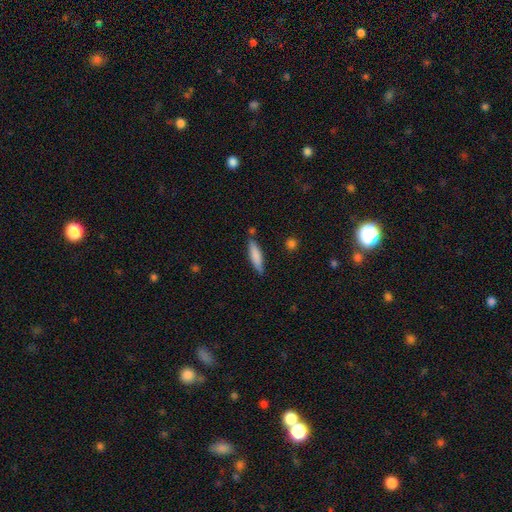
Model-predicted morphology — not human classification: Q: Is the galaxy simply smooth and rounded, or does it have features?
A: smooth — 79%.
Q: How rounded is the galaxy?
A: cigar-shaped — 74%.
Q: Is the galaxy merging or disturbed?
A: none — 78%.